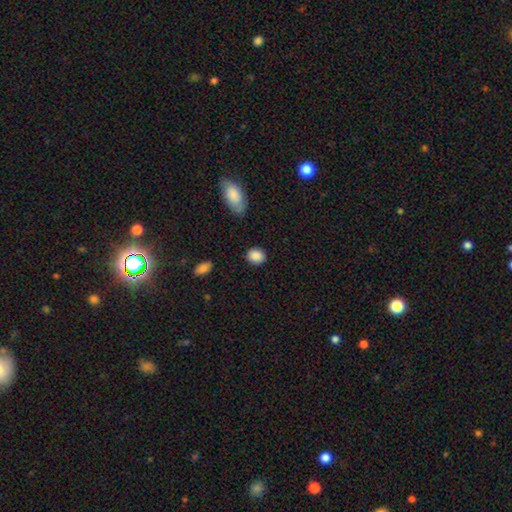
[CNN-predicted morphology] Q: Smooth or featured?
A: smooth (88%); runner-up: star or artifact (8%)
Q: How rounded?
A: round (65%); runner-up: in between (33%)
Q: Merging?
A: none (86%); runner-up: minor disturbance (9%)